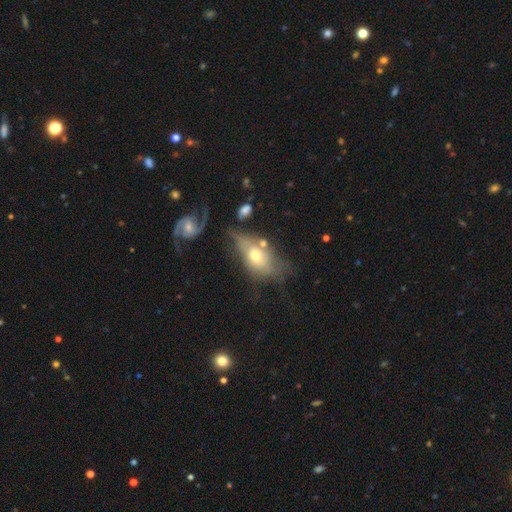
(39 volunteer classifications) Smooth or featured? 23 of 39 (59%) said featured or disk. Edge-on disk? 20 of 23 (87%) said no. Bar? 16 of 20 (80%) said no. Spiral arms? 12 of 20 (60%) said no. Bulge size? 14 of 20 (70%) said moderate. Merging? 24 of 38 (63%) said major disturbance.